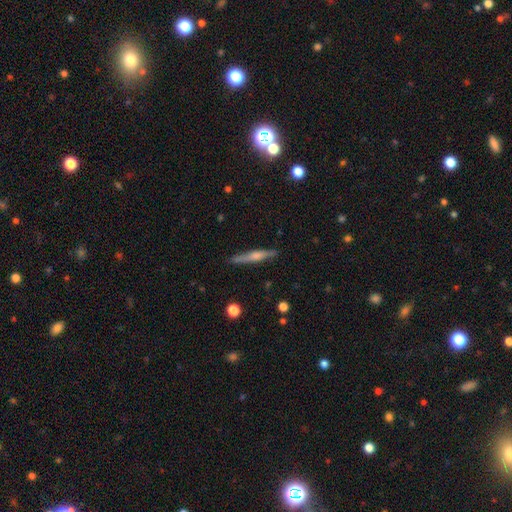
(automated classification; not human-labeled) The model was most divided on "smooth or featured": featured or disk: 65%, smooth: 28%, star or artifact: 7%. More confident: edge-on disk — yes (97%); merging — none (88%); edge-on bulge — rounded (73%).